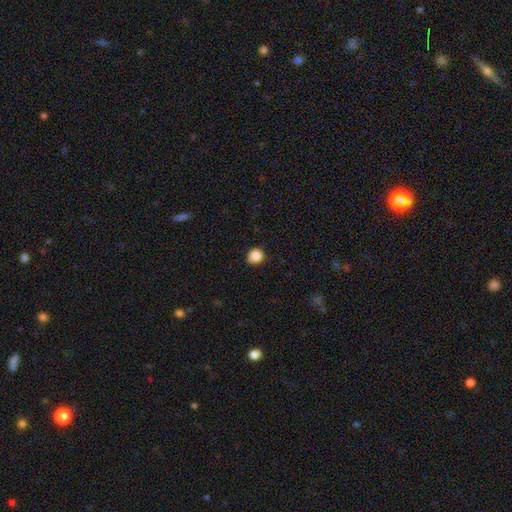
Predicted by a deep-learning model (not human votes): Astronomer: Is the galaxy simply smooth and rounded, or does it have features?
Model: smooth — 87%.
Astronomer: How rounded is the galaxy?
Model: round — 90%.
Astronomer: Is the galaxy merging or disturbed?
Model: none — 85%.